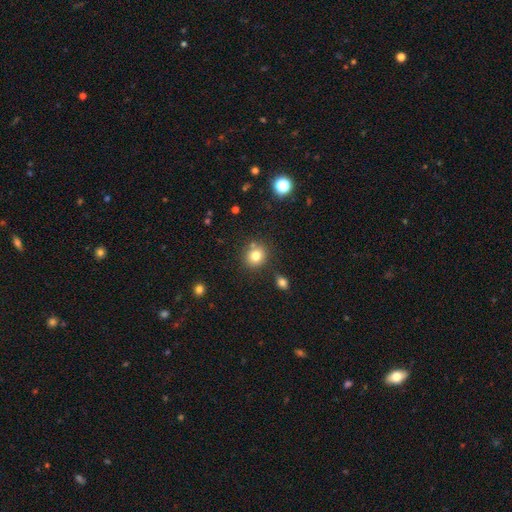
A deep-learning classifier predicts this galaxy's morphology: The model was most divided on "merging": none: 78%, minor disturbance: 10%, merger: 9%, major disturbance: 3%. More confident: how rounded — round (85%); smooth or featured — smooth (80%).